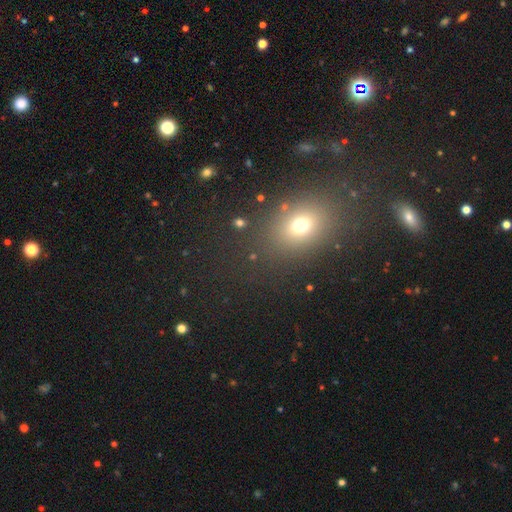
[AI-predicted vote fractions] Morphology: type=smooth (58%); roundness=in between (56%); merging=none (82%).